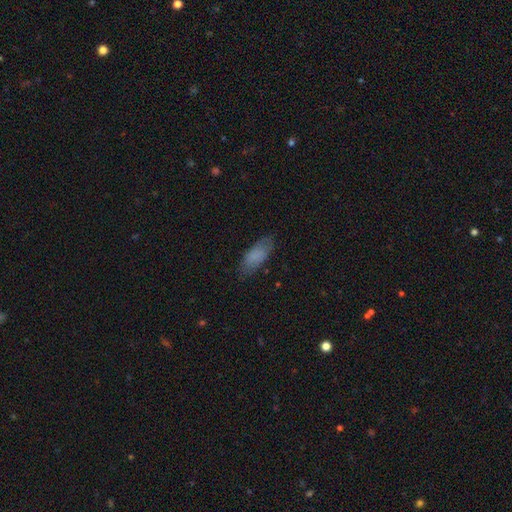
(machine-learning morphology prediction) Smooth or featured: smooth — 81% (featured or disk — 12%)
How rounded: in between — 78% (cigar-shaped — 20%)
Merging: none — 78% (minor disturbance — 17%)